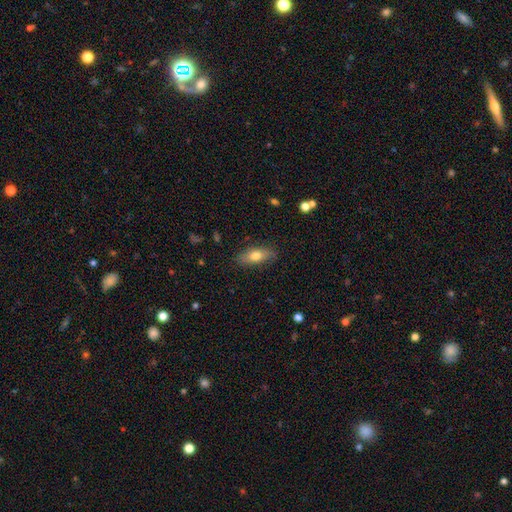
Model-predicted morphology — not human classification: Smooth or featured: smooth — 70% (featured or disk — 22%)
How rounded: in between — 77% (cigar-shaped — 18%)
Merging: none — 83% (minor disturbance — 13%)